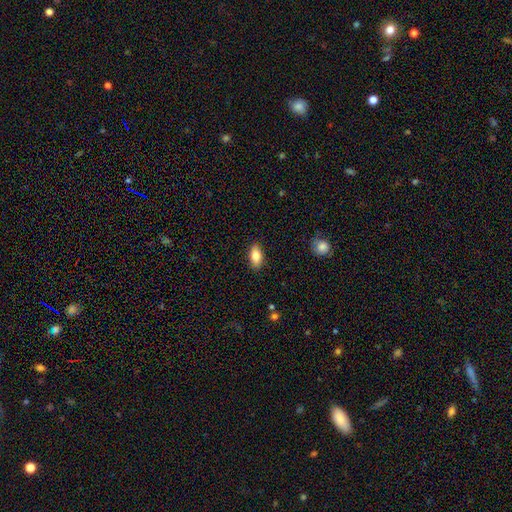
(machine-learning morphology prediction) Smooth or featured? smooth (82%)
How rounded? in between (90%)
Merging? none (88%)